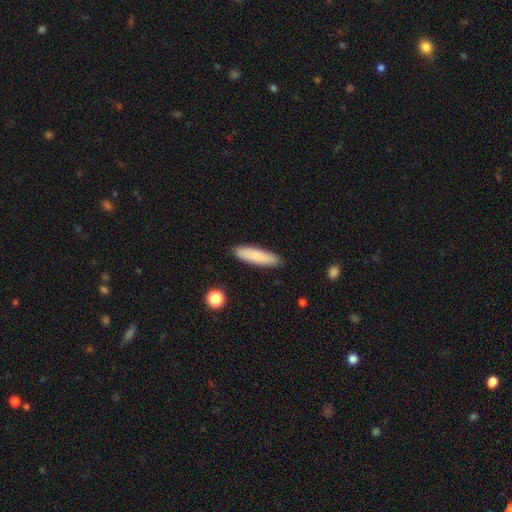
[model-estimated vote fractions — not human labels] Smooth or featured? smooth (84%)
How rounded? cigar-shaped (74%)
Merging? none (89%)